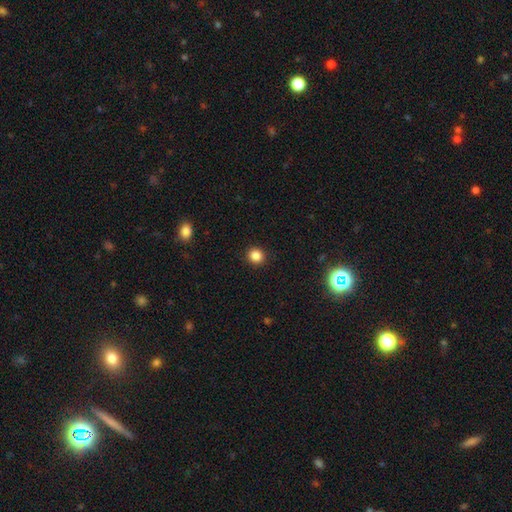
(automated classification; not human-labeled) Morphology: type=smooth (85%); roundness=round (88%); merging=none (92%).